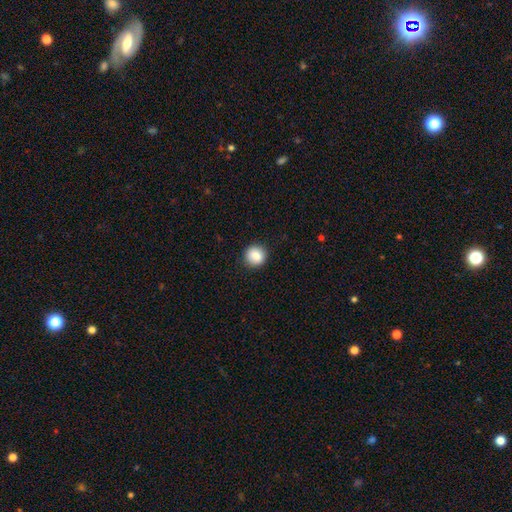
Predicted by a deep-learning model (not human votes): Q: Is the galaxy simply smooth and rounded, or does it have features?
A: smooth — 86%.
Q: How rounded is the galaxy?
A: round — 88%.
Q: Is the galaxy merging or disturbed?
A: none — 90%.